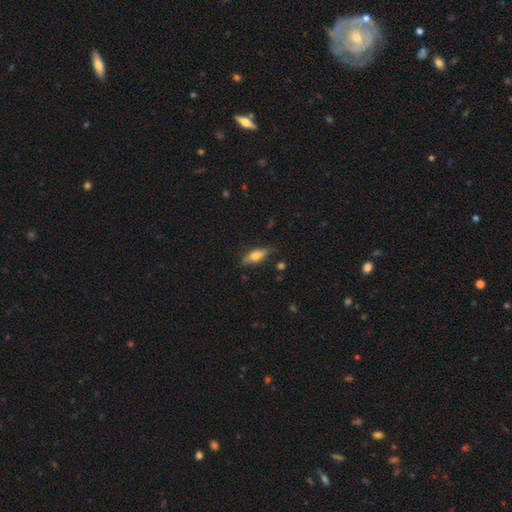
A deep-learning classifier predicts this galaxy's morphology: Q: Smooth or featured?
A: smooth (52%); runner-up: featured or disk (41%)
Q: How rounded?
A: in between (60%); runner-up: cigar-shaped (36%)
Q: Merging?
A: none (77%); runner-up: minor disturbance (18%)